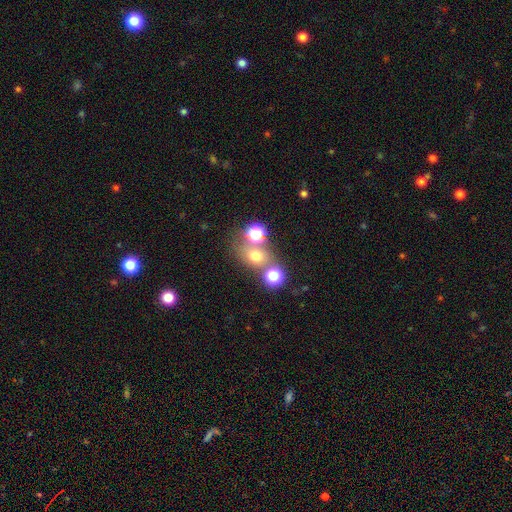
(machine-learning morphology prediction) Smooth or featured: smooth — 62% (star or artifact — 24%)
How rounded: round — 59% (in between — 39%)
Merging: none — 57% (merger — 26%)